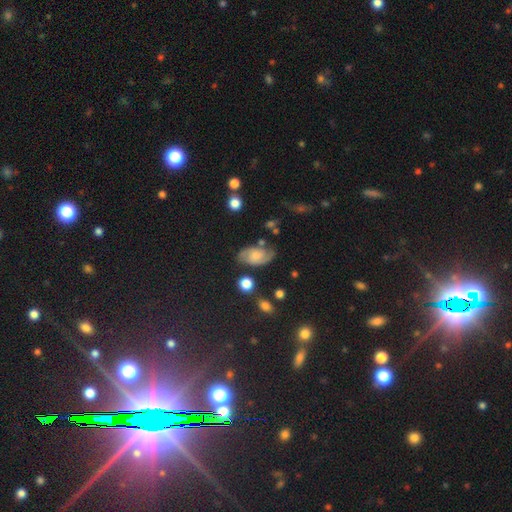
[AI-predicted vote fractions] Smooth or featured? featured or disk (61%)
Edge-on disk? no (96%)
Bar? no (64%)
Spiral arms? yes (90%)
Spiral winding? medium (47%)
Spiral arm count? 2 (85%)
Bulge size? small (41%)
Merging? none (65%)